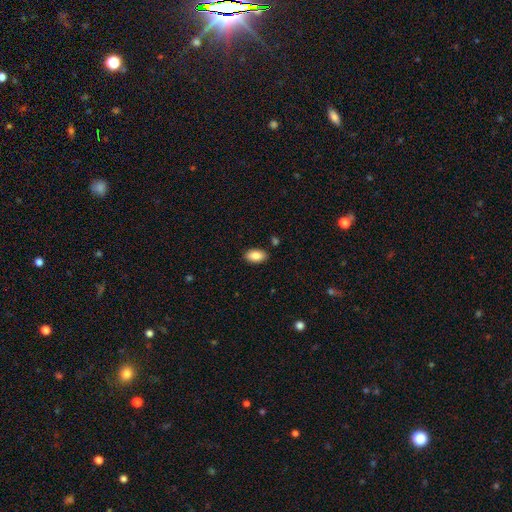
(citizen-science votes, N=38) Overall: smooth (82%). How rounded: in between (94%). Merging: none (94%).